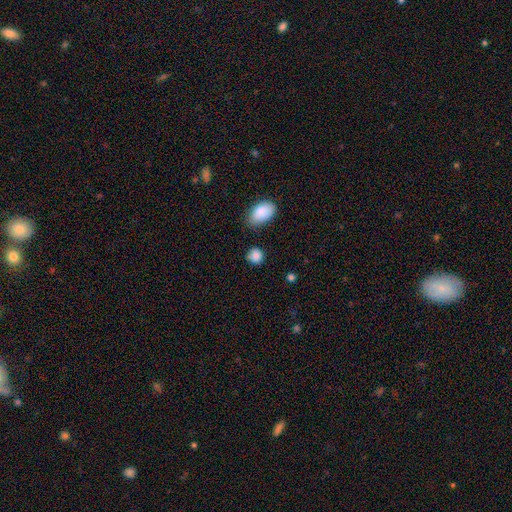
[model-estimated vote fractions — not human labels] This is clearly a smooth galaxy (86%). How rounded: likely round (74%). Merging: likely none (70%).